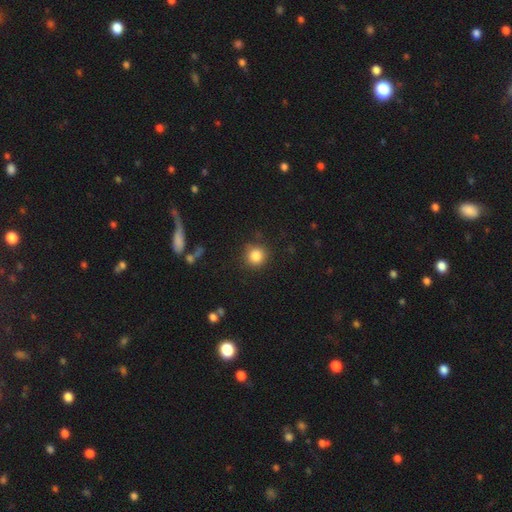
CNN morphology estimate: smooth 85%, star or artifact 11%, featured or disk 5%. Down the decision tree: how rounded — round (92%); merging — none (86%).